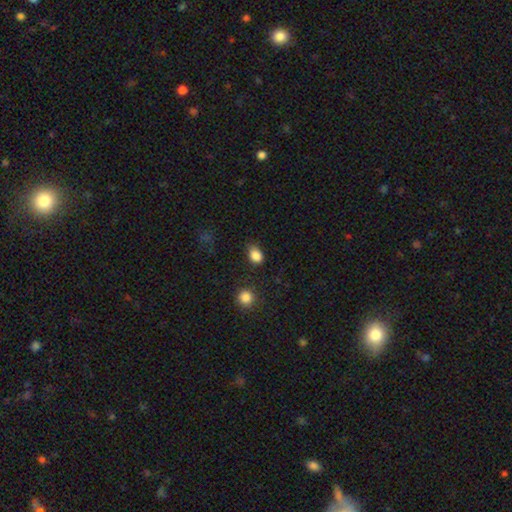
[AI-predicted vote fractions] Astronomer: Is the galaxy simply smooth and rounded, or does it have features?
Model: smooth — 86%.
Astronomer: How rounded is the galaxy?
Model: in between — 71%.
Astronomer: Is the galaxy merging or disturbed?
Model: none — 74%.